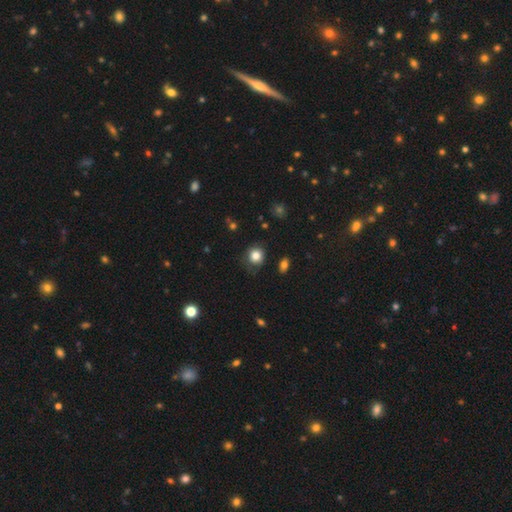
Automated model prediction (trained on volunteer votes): Smooth or featured? smooth (82%)
How rounded? round (82%)
Merging? none (74%)